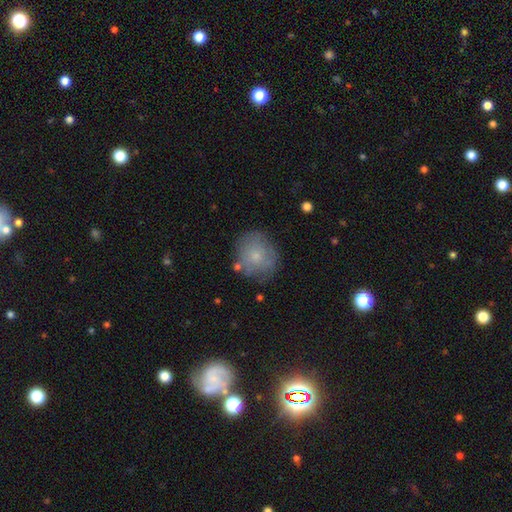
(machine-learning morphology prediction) This appears to be a smooth galaxy with no disk features (69%) that is round (76%). Merging: none (70%).